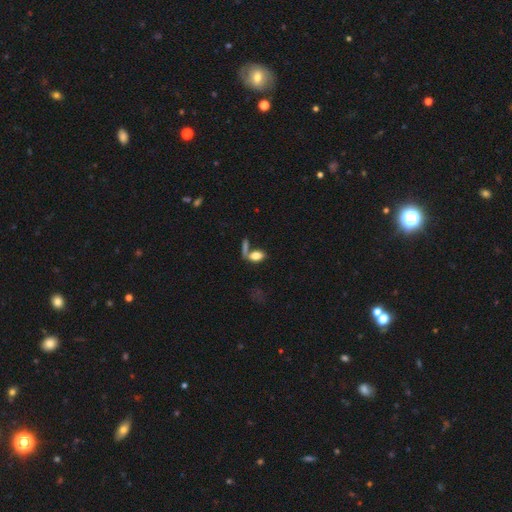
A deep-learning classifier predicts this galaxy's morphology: A smooth galaxy with no disk features (76%) that is in between round and cigar-shaped (86%). Merging: none (47%).